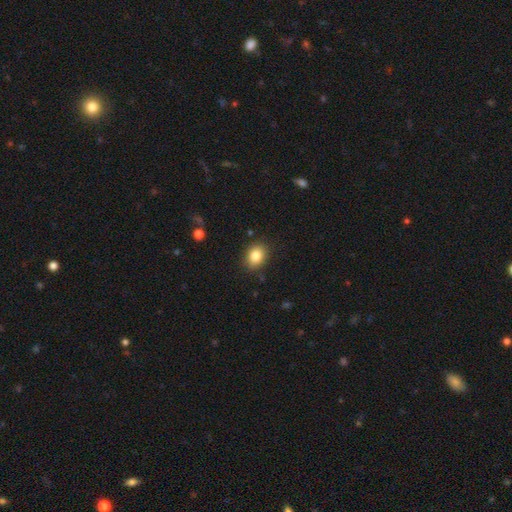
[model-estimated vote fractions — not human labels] Q: Smooth or featured?
A: smooth (84%); runner-up: star or artifact (9%)
Q: How rounded?
A: in between (59%); runner-up: round (40%)
Q: Merging?
A: none (87%); runner-up: minor disturbance (9%)